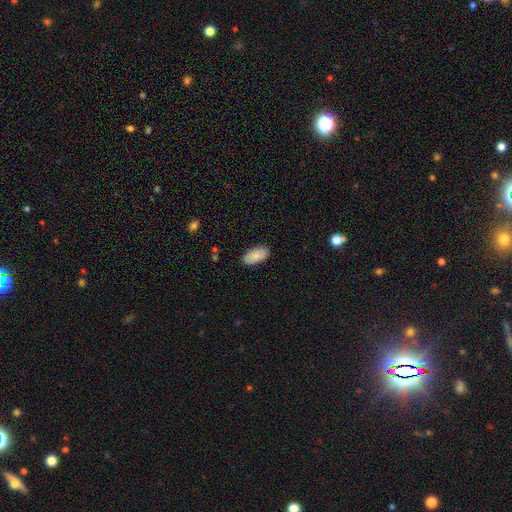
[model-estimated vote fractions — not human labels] Smooth or featured? smooth (85%)
How rounded? in between (93%)
Merging? none (86%)